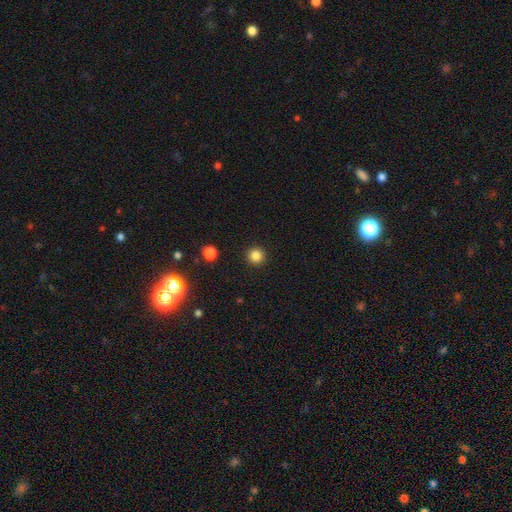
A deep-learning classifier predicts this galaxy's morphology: Smooth or featured? Predicted: smooth (p=0.84). How rounded? Predicted: round (p=0.96). Merging? Predicted: none (p=0.93).